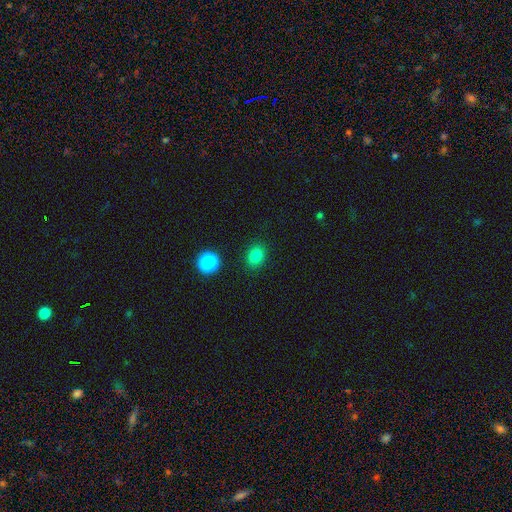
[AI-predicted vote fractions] Q: Smooth or featured?
A: smooth (81%); runner-up: star or artifact (13%)
Q: How rounded?
A: in between (50%); runner-up: round (49%)
Q: Merging?
A: none (87%); runner-up: minor disturbance (8%)